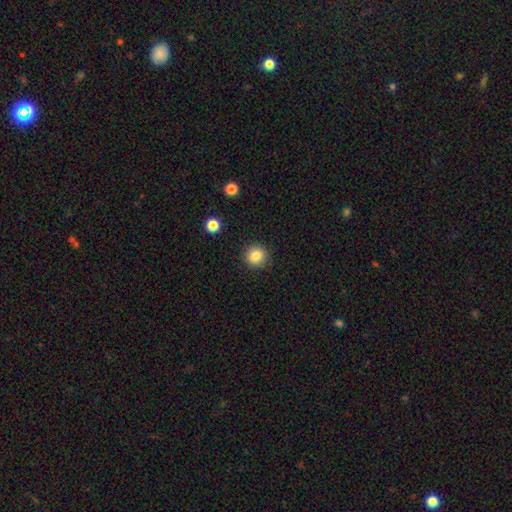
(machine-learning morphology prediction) Q: Smooth or featured?
A: smooth (84%); runner-up: star or artifact (10%)
Q: How rounded?
A: round (91%); runner-up: in between (9%)
Q: Merging?
A: none (90%); runner-up: minor disturbance (7%)